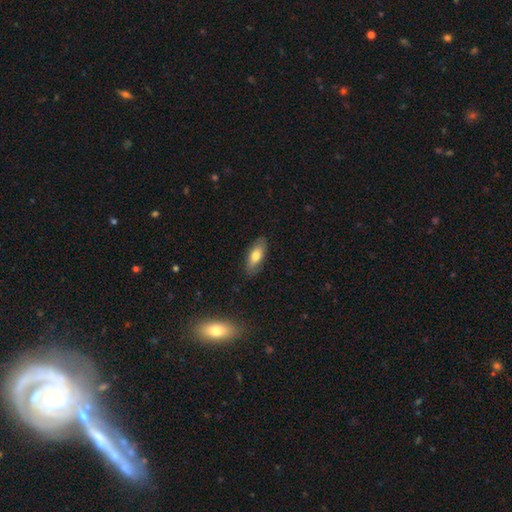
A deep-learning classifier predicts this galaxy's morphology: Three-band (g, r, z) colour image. It shows a smooth galaxy with no disk features (72%) that is in between round and cigar-shaped (79%). Merging: none (84%).